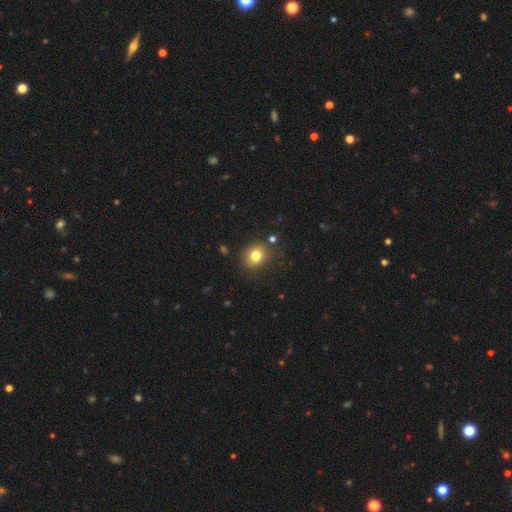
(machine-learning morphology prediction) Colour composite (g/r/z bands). It shows a smooth galaxy with no disk features (79%) that is round (58%). Merging: none (81%).